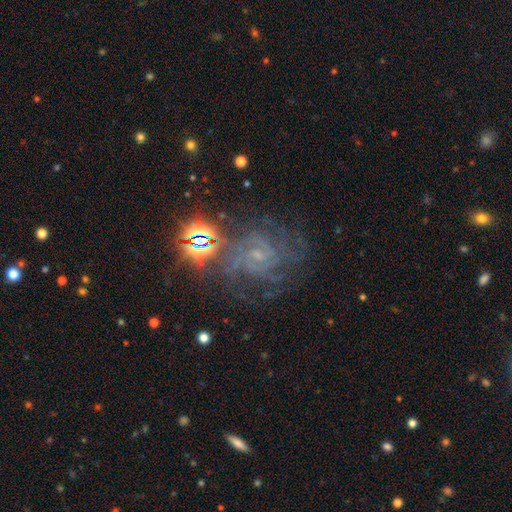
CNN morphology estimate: smooth_or_featured: featured or disk (p=0.63) [alt: star or artifact p=0.26]
disk_edge_on: no (p=0.97) [alt: yes p=0.03]
bar: no (p=0.68) [alt: weak p=0.25]
has_spiral_arms: yes (p=0.92) [alt: no p=0.08]
spiral_winding: tight (p=0.60) [alt: medium p=0.32]
spiral_arm_count: can't tell (p=0.40) [alt: 3 p=0.16]
bulge_size: small (p=0.78) [alt: moderate p=0.13]
merging: none (p=0.69) [alt: minor disturbance p=0.14]